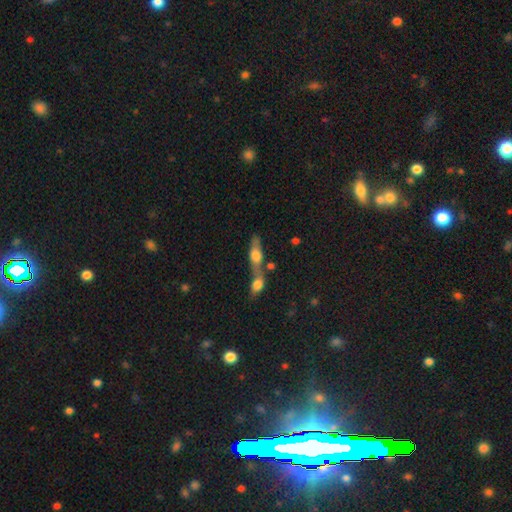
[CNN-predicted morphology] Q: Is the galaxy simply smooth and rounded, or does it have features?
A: smooth — 55%.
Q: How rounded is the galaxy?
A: in between — 54%.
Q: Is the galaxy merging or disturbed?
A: merger — 58%.